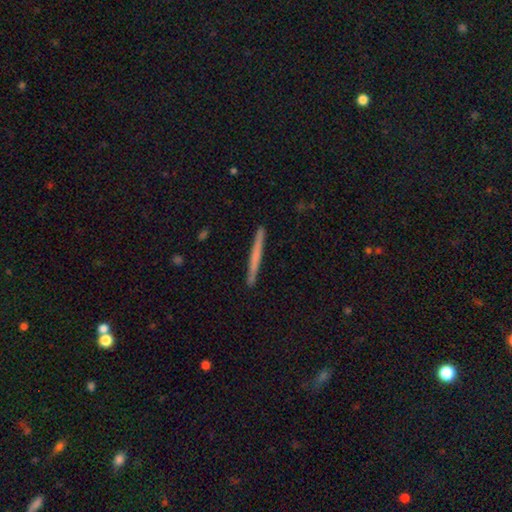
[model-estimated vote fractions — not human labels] smooth-or-featured: smooth: 55% | featured or disk: 39% | star or artifact: 5%
  how-rounded: cigar-shaped: 97% | in between: 2% | round: 1%
  merging: none: 92% | minor disturbance: 6% | major disturbance: 1% | merger: 1%